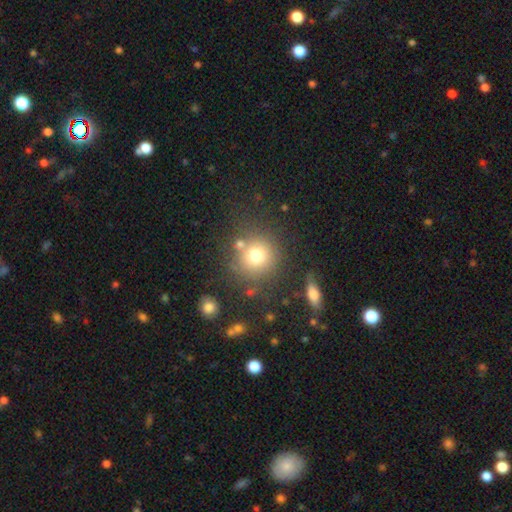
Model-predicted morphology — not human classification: smooth 74%, star or artifact 14%, featured or disk 12%. Down the decision tree: how rounded — round (90%); merging — none (73%).